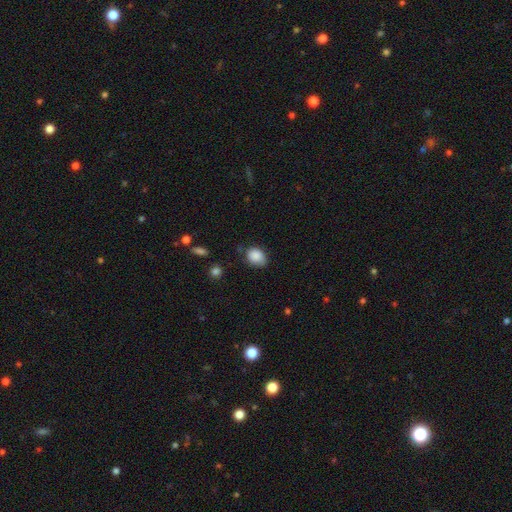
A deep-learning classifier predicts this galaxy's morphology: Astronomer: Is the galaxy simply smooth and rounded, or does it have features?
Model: smooth — 87%.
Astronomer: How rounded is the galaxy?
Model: in between — 52% (runner-up: round, 47%).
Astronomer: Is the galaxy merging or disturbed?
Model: none — 63%.